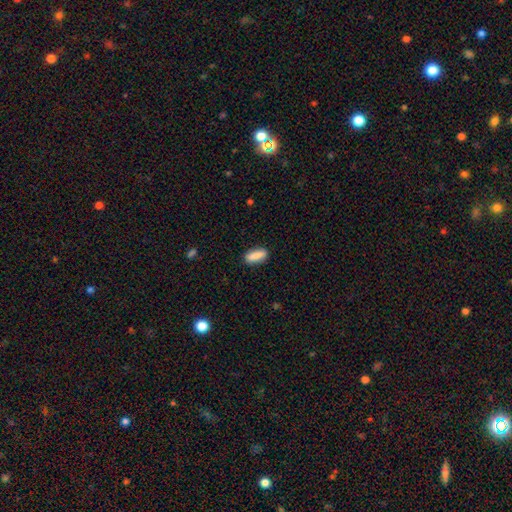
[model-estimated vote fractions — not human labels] Smooth or featured: smooth — 88% (star or artifact — 7%)
How rounded: in between — 63% (cigar-shaped — 35%)
Merging: none — 88% (minor disturbance — 9%)